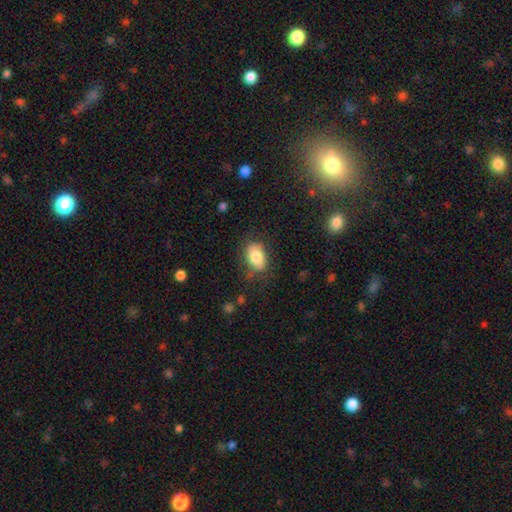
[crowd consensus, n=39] Smooth or featured?
  - smooth: 77% *
  - featured or disk: 15%
  - star or artifact: 8%
How rounded?
  - in between: 87% *
  - round: 13%
  - cigar-shaped: 0%
Merging?
  - none: 69% *
  - minor disturbance: 17%
  - major disturbance: 11%
  - merger: 3%